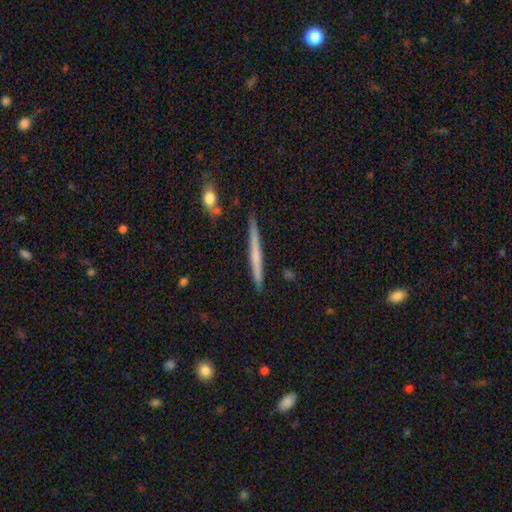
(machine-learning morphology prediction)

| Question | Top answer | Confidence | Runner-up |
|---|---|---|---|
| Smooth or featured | featured or disk | 48% | smooth (46%) |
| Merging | none | 88% | minor disturbance (8%) |